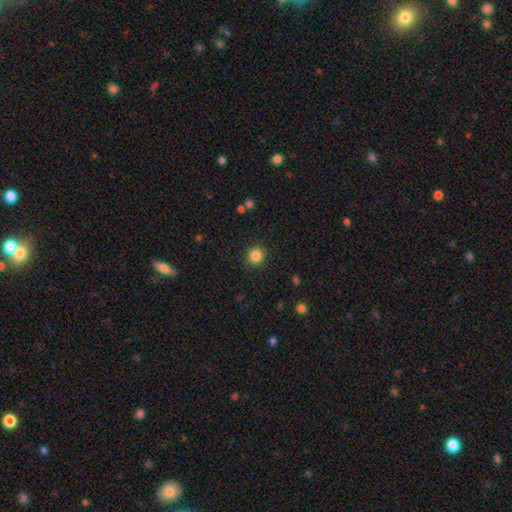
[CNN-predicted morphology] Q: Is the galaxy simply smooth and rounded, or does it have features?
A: smooth — 85%.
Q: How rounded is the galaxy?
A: round — 93%.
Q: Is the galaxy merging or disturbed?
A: none — 91%.